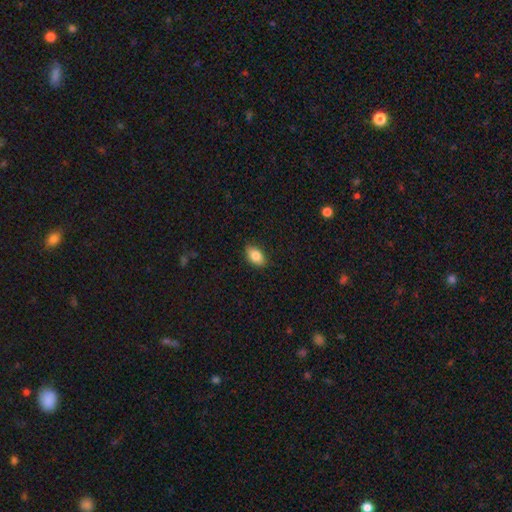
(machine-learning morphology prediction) This appears to be a smooth galaxy with no disk features (83%) that is in between round and cigar-shaped (89%). Merging: none (86%).